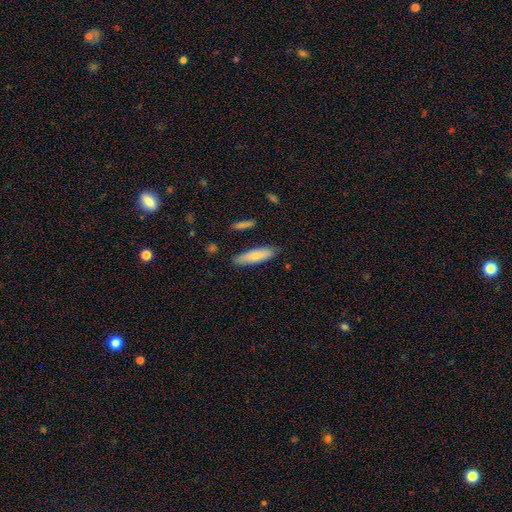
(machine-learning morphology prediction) smooth_or_featured: smooth (p=0.79) [alt: featured or disk p=0.15]
how_rounded: cigar-shaped (p=0.59) [alt: in between p=0.39]
merging: none (p=0.83) [alt: minor disturbance p=0.12]